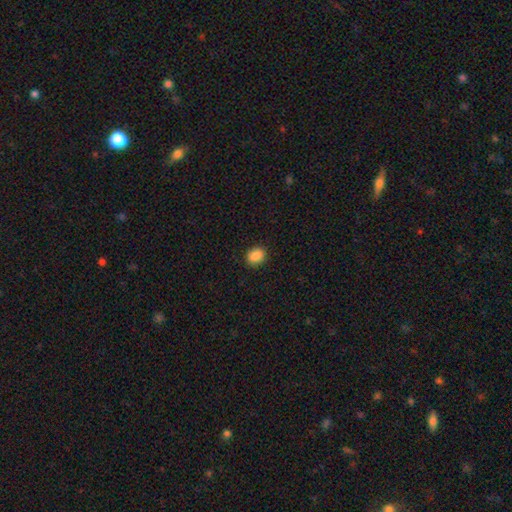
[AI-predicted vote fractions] The model was most divided on "how rounded": in between: 51%, round: 48%, cigar-shaped: 1%. More confident: merging — none (90%); smooth or featured — smooth (88%).